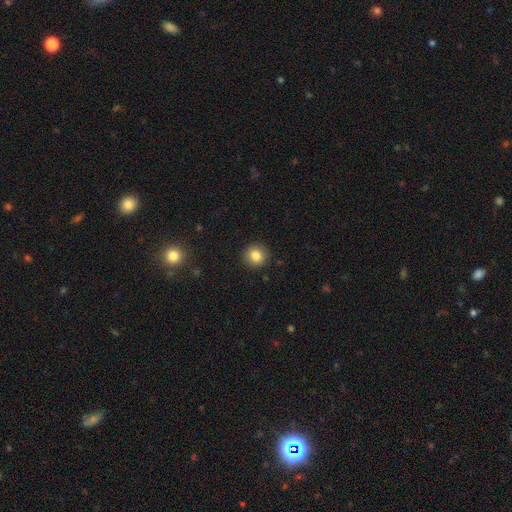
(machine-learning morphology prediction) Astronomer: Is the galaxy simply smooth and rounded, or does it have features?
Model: smooth — 84%.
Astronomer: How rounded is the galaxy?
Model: round — 89%.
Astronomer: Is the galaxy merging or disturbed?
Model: none — 91%.